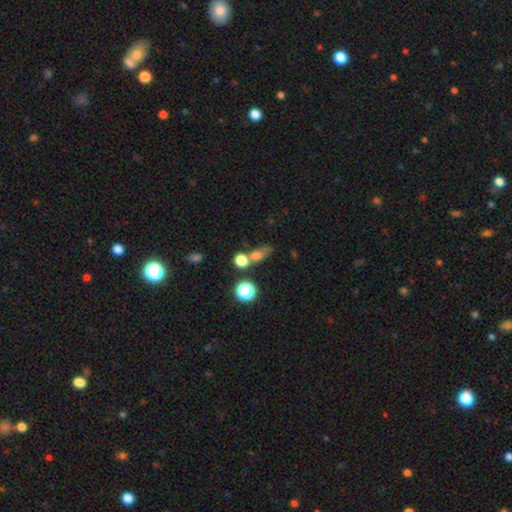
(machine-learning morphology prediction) The model was most divided on "how rounded": round: 48%, in between: 42%, cigar-shaped: 10%. Remaining: smooth or featured — smooth (66%); merging — none (43%).